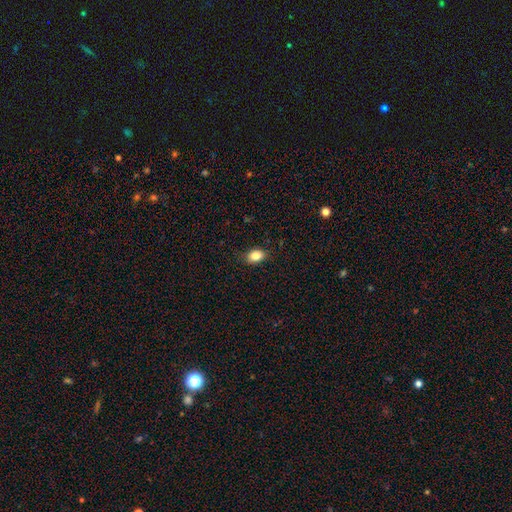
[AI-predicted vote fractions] This appears to be a smooth galaxy with no disk features (84%) that is in between round and cigar-shaped (76%). Merging: none (86%).